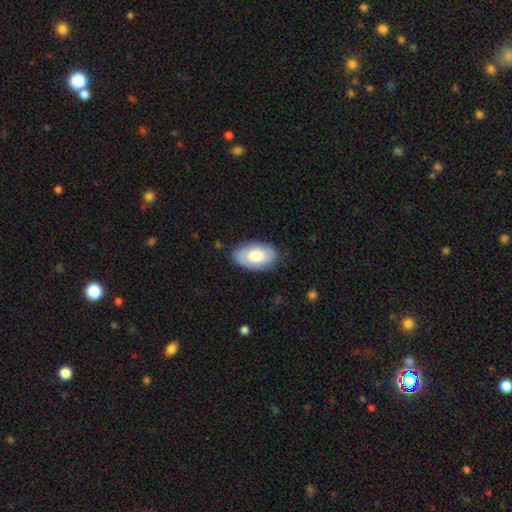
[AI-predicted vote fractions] smooth-or-featured: smooth: 72% | featured or disk: 22% | star or artifact: 6%
  how-rounded: in between: 94% | round: 5% | cigar-shaped: 1%
  merging: none: 83% | minor disturbance: 13% | major disturbance: 3% | merger: 1%